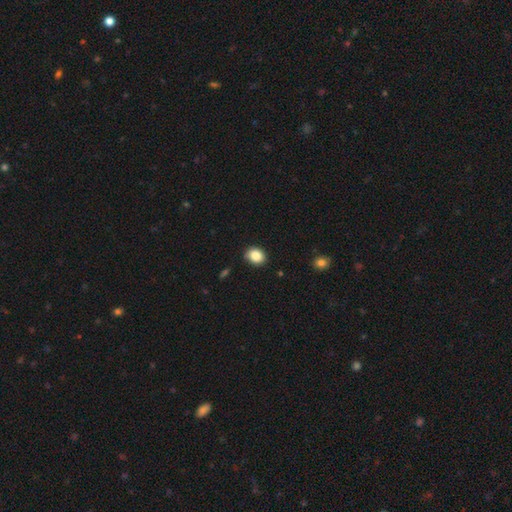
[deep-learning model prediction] The model was most divided on "how rounded": in between: 50%, round: 49%, cigar-shaped: 1%. More confident: merging — none (86%); smooth or featured — smooth (86%).